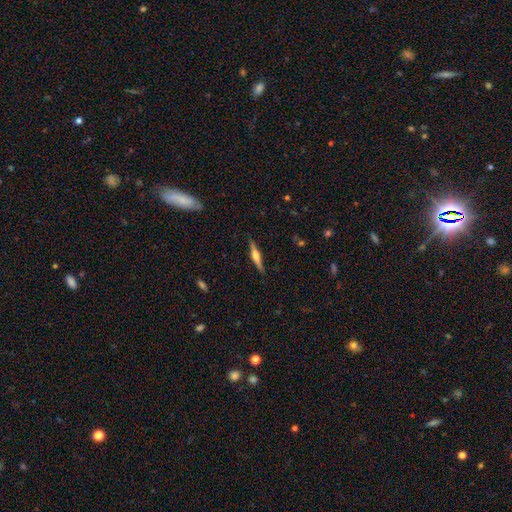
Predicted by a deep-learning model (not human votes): This is likely a featured or disk galaxy (75%). It is clearly viewed edge-on (98%). Edge-on bulge: clearly rounded (90%). Merging: clearly none (90%).